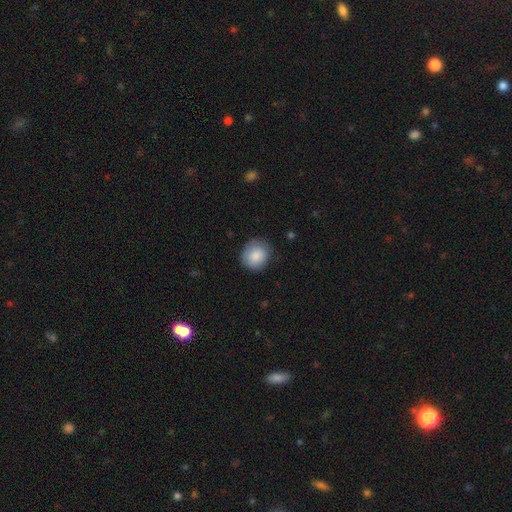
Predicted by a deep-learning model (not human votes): smooth_or_featured: smooth (p=0.86) [alt: star or artifact p=0.07]
how_rounded: round (p=0.84) [alt: in between p=0.15]
merging: none (p=0.79) [alt: minor disturbance p=0.16]